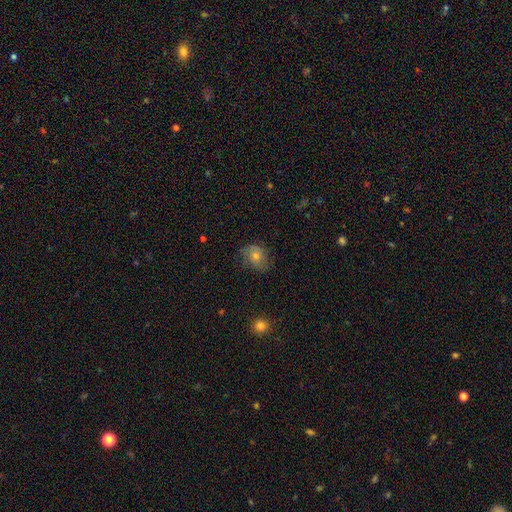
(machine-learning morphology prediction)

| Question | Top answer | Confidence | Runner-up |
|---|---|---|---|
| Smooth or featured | featured or disk | 46% | smooth (40%) |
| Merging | none | 72% | minor disturbance (20%) |